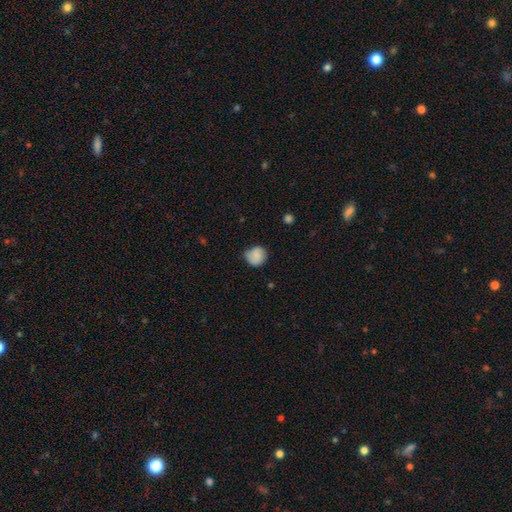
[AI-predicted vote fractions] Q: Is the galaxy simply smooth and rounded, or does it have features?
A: smooth — 83%.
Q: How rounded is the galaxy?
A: round — 84%.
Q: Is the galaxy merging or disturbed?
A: none — 67%.